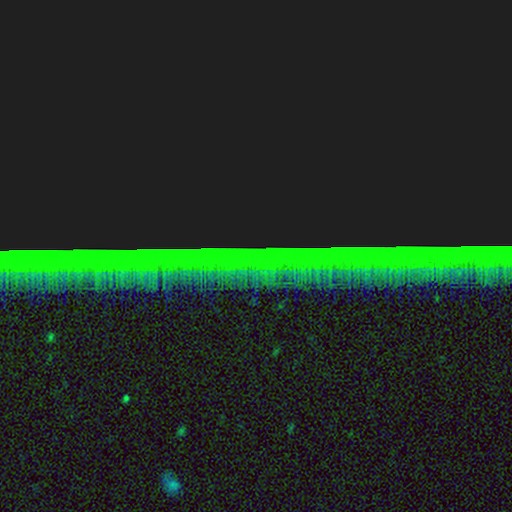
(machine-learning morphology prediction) Smooth or featured?
  - star or artifact: 87% *
  - featured or disk: 7%
  - smooth: 6%